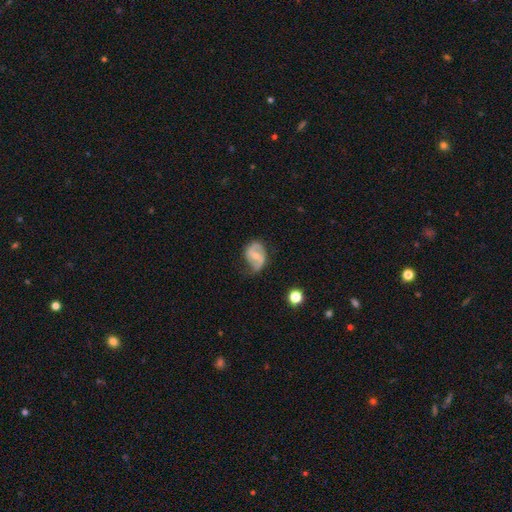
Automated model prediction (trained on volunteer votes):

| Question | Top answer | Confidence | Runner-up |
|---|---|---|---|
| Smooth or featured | featured or disk | 70% | smooth (24%) |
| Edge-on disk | no | 97% | yes (3%) |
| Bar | weak | 45% | strong (30%) |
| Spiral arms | yes | 79% | no (21%) |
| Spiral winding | medium | 44% | loose (32%) |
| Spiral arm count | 2 | 81% | can't tell (10%) |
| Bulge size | moderate | 50% | small (44%) |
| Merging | none | 54% | minor disturbance (31%) |